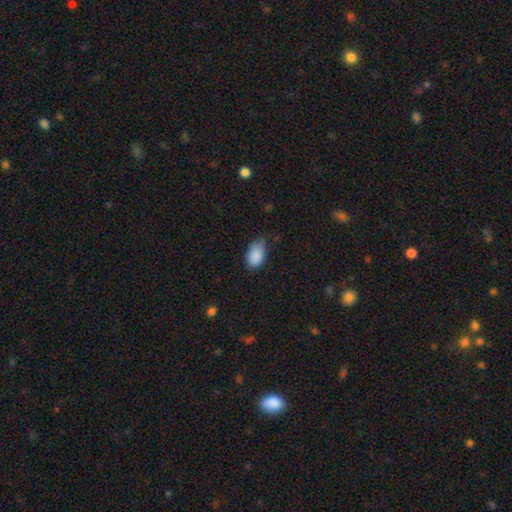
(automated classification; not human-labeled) Q: Smooth or featured?
A: smooth (88%); runner-up: star or artifact (8%)
Q: How rounded?
A: in between (88%); runner-up: round (11%)
Q: Merging?
A: none (48%); runner-up: minor disturbance (42%)